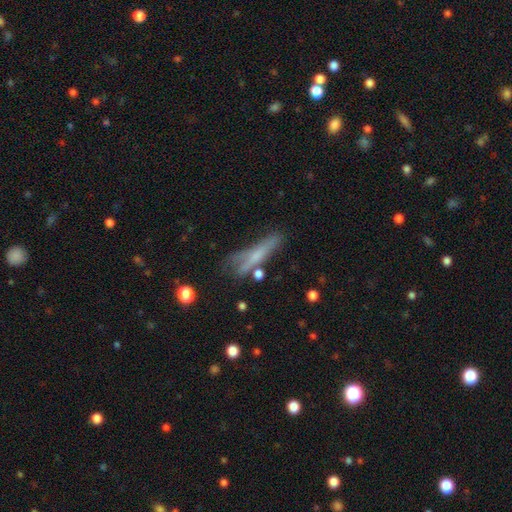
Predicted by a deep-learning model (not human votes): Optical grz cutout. It shows a smooth galaxy with no disk features (54%) that is cigar-shaped (84%). Merging: none (54%).